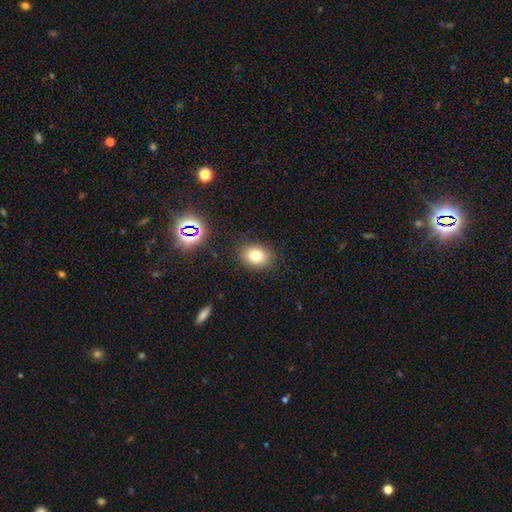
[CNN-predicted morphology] The model was most divided on "how rounded": in between: 56%, round: 43%, cigar-shaped: 1%. More confident: merging — none (86%); smooth or featured — smooth (76%).